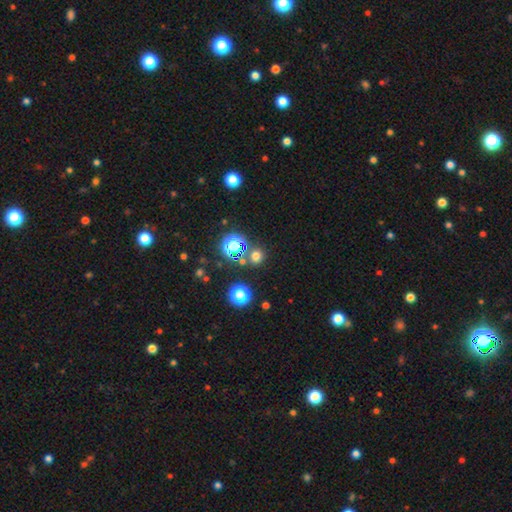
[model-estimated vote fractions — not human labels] A smooth galaxy with no disk features (65%) that is round (87%).

Vote fractions:
- Smooth or featured? smooth: 65% / star or artifact: 29% / featured or disk: 7%
- How rounded? round: 87% / in between: 12% / cigar-shaped: 1%
- Merging? none: 79% / merger: 10% / minor disturbance: 8% / major disturbance: 3%